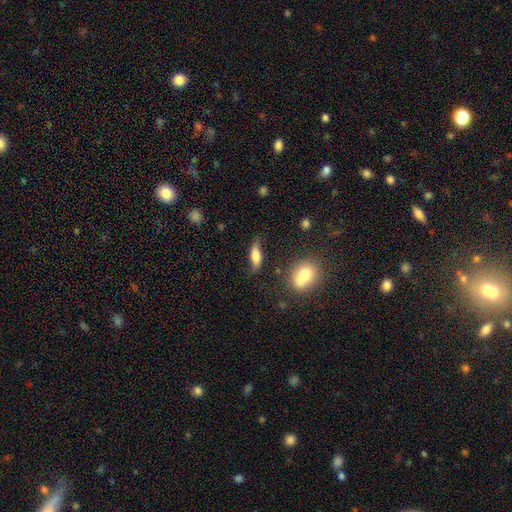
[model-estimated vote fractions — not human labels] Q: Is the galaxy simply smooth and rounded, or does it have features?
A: smooth — 52%.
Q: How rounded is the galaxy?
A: in between — 58%.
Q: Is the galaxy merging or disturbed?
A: none — 64%.